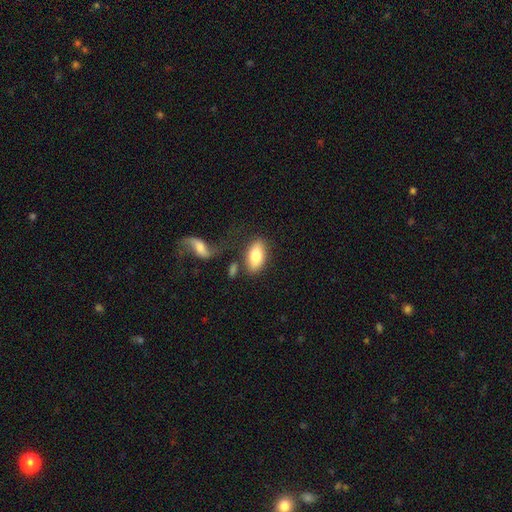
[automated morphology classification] Q: Smooth or featured?
A: smooth (78%); runner-up: featured or disk (16%)
Q: How rounded?
A: in between (92%); runner-up: cigar-shaped (5%)
Q: Merging?
A: none (70%); runner-up: minor disturbance (14%)